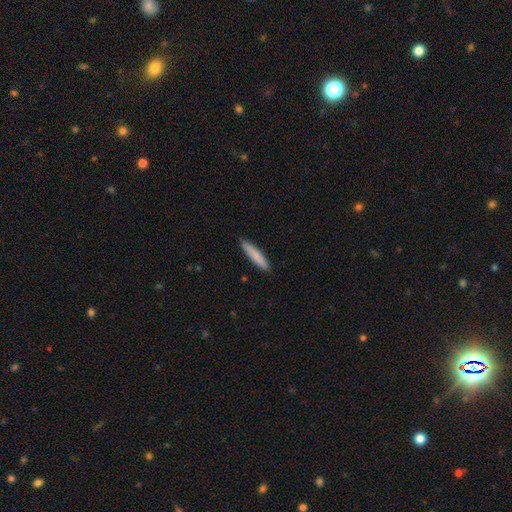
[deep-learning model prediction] Smooth or featured?
  - smooth: 83% *
  - featured or disk: 11%
  - star or artifact: 6%
How rounded?
  - cigar-shaped: 89% *
  - in between: 10%
  - round: 1%
Merging?
  - none: 89% *
  - minor disturbance: 9%
  - major disturbance: 2%
  - merger: 1%